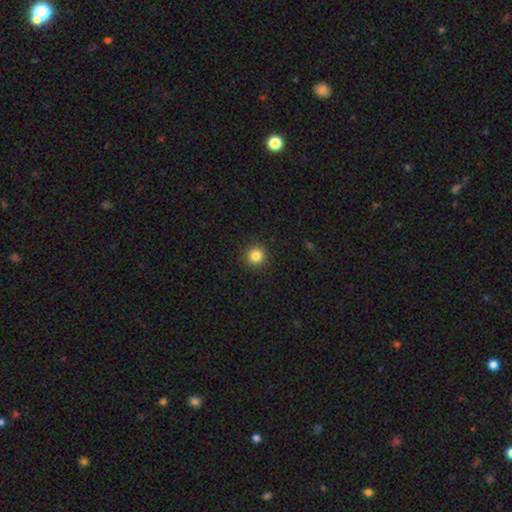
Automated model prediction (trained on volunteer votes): smooth-or-featured: smooth: 84% | star or artifact: 11% | featured or disk: 5%
  how-rounded: round: 94% | in between: 5% | cigar-shaped: 1%
  merging: none: 92% | minor disturbance: 5% | major disturbance: 2% | merger: 1%